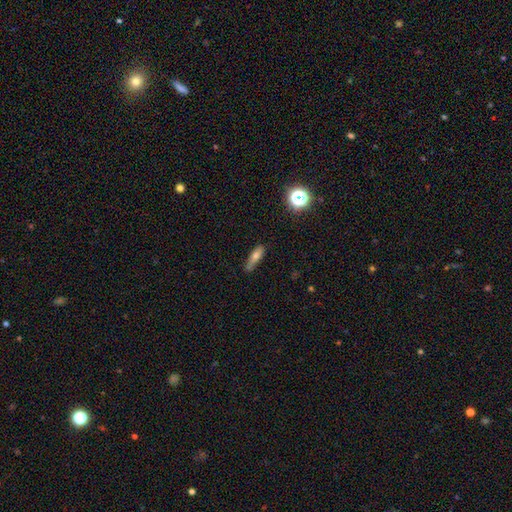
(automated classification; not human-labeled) smooth-or-featured: smooth: 63% | featured or disk: 26% | star or artifact: 11%
  how-rounded: cigar-shaped: 64% | in between: 32% | round: 4%
  merging: none: 57% | minor disturbance: 29% | major disturbance: 8% | merger: 5%